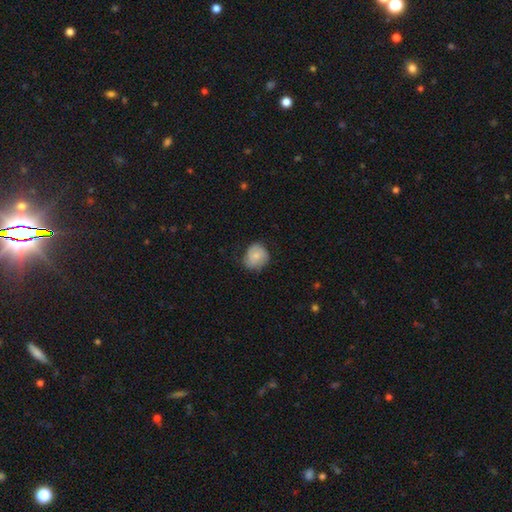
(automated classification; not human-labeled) Smooth or featured? smooth (74%)
How rounded? round (75%)
Merging? none (60%)